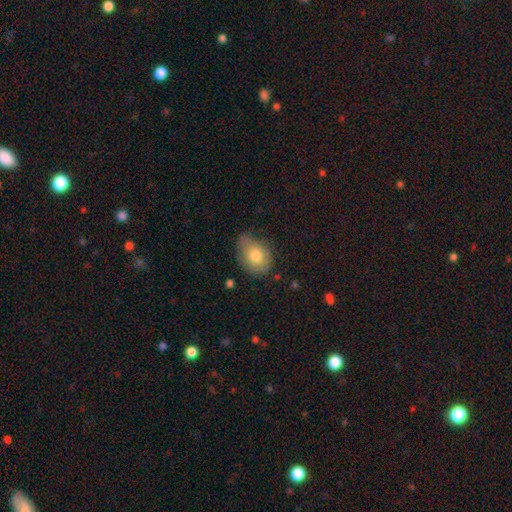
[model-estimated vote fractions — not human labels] A smooth galaxy with no disk features (75%) that is in between round and cigar-shaped (70%). Merging: none (54%).